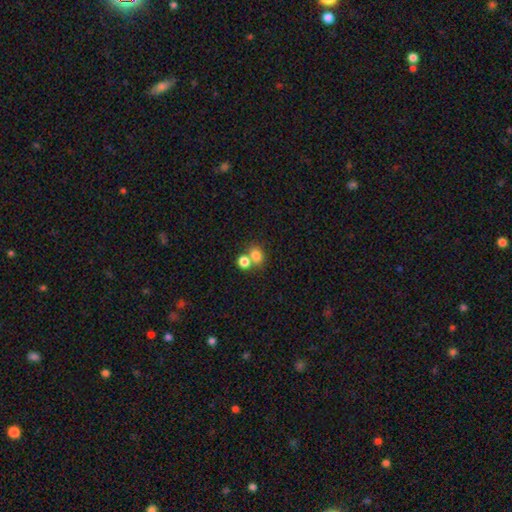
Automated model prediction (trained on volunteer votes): smooth-or-featured: smooth: 79% | star or artifact: 12% | featured or disk: 9%
  how-rounded: round: 57% | in between: 42% | cigar-shaped: 1%
  merging: none: 45% | merger: 44% | minor disturbance: 8% | major disturbance: 3%